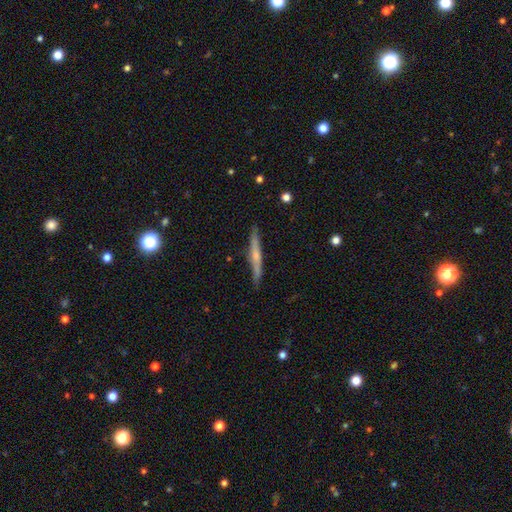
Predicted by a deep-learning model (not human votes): Smooth or featured? featured or disk (58%)
Edge-on disk? yes (96%)
Edge-on bulge? rounded (57%)
Merging? none (86%)